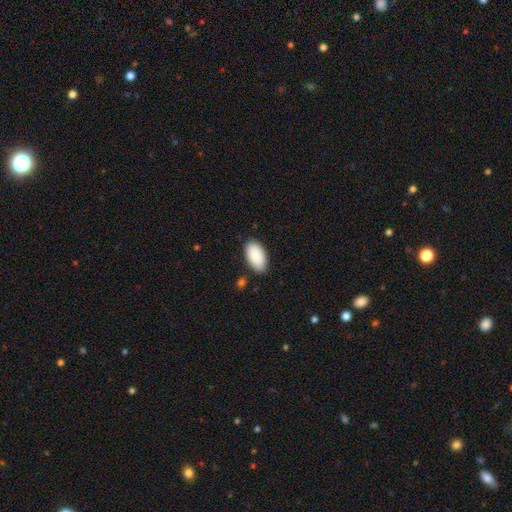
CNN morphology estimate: Smooth or featured? smooth (89%)
How rounded? in between (96%)
Merging? none (83%)